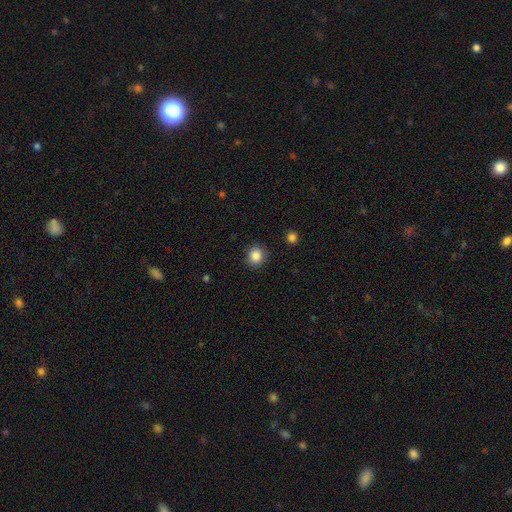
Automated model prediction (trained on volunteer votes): smooth 86%, star or artifact 10%, featured or disk 4%. Down the decision tree: how rounded — round (91%); merging — none (90%).